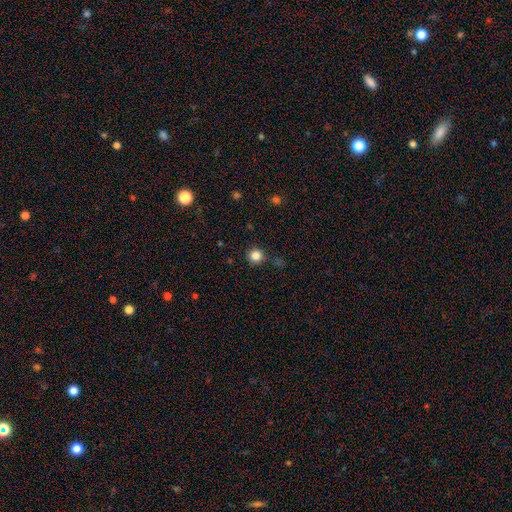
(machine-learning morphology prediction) Smooth or featured? Predicted: smooth (p=0.83). How rounded? Predicted: round (p=0.94). Merging? Predicted: none (p=0.88).